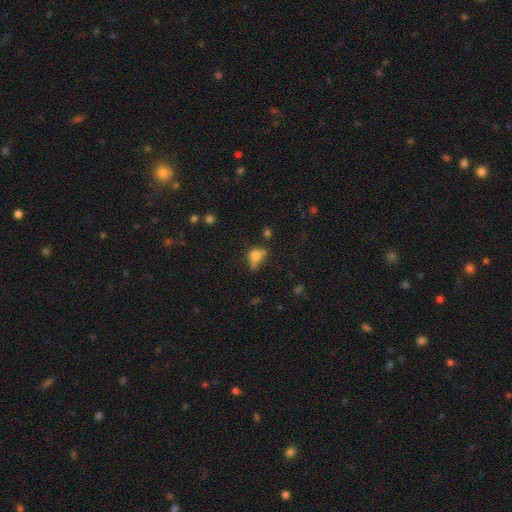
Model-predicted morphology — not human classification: Smooth or featured? Predicted: smooth (p=0.67). How rounded? Predicted: in between (p=0.48). Merging? Predicted: none (p=0.32).